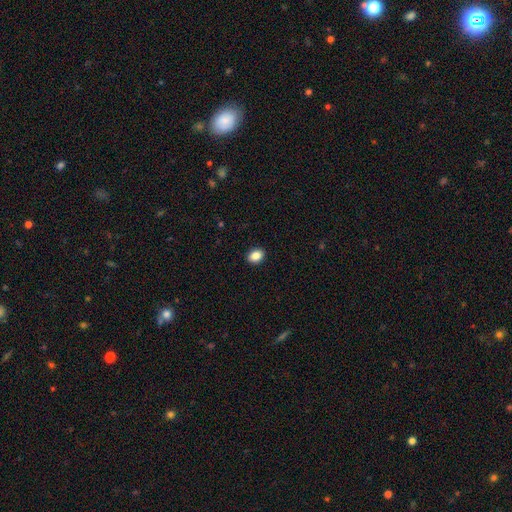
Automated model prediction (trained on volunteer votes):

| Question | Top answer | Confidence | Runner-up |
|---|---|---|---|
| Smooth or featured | smooth | 87% | star or artifact (9%) |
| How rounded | in between | 65% | round (34%) |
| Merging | none | 91% | minor disturbance (6%) |